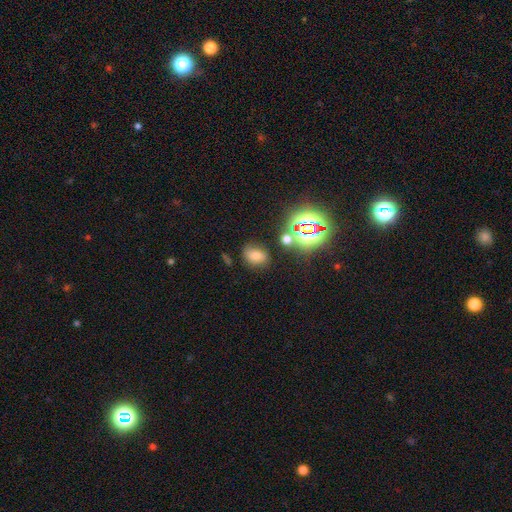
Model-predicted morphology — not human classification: Smooth or featured: smooth — 64% (star or artifact — 24%)
How rounded: in between — 65% (round — 34%)
Merging: none — 76% (minor disturbance — 14%)